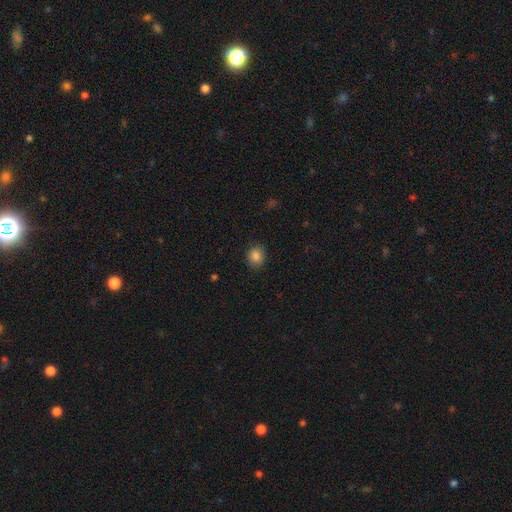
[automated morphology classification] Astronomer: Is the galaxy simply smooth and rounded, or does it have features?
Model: smooth — 85%.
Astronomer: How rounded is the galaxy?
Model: round — 64%.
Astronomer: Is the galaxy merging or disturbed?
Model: none — 85%.